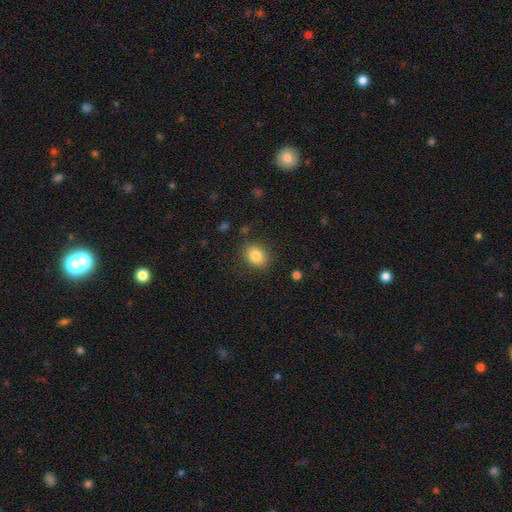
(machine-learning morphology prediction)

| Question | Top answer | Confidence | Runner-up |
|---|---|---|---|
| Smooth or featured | smooth | 84% | star or artifact (9%) |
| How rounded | in between | 54% | round (45%) |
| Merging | none | 85% | minor disturbance (10%) |